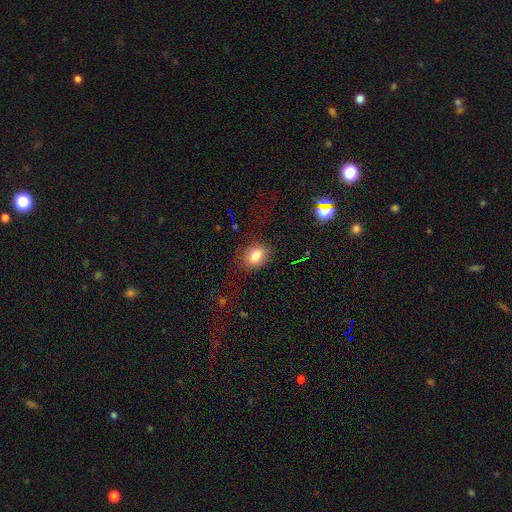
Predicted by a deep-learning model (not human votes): Smooth or featured: smooth — 81% (star or artifact — 11%)
How rounded: in between — 63% (round — 36%)
Merging: none — 84% (minor disturbance — 11%)